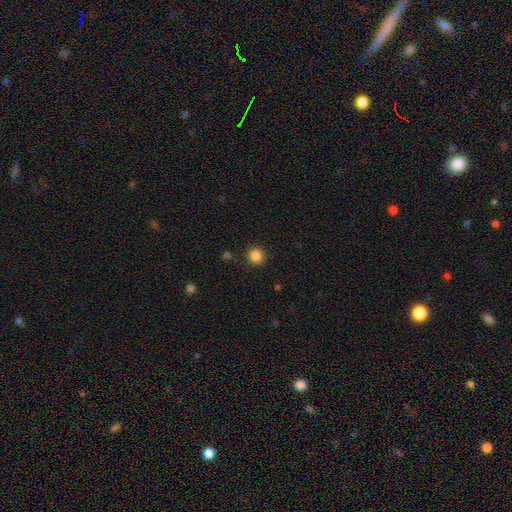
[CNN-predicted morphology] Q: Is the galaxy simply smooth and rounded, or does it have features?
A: smooth — 85%.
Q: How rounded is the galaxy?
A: round — 94%.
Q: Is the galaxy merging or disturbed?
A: none — 90%.